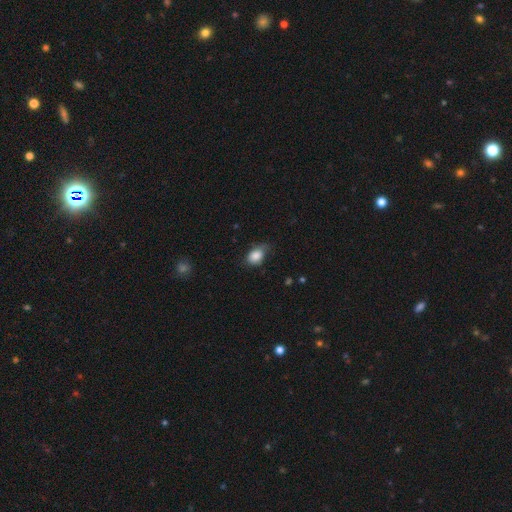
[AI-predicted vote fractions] Morphology: type=smooth (84%); roundness=in between (75%); merging=none (52%).